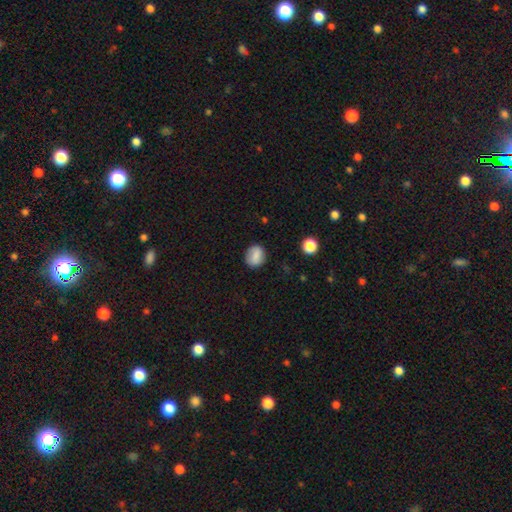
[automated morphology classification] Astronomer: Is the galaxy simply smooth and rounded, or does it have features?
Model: smooth — 83%.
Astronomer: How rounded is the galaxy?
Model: round — 59% (runner-up: in between, 40%).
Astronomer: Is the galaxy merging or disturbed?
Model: none — 84%.